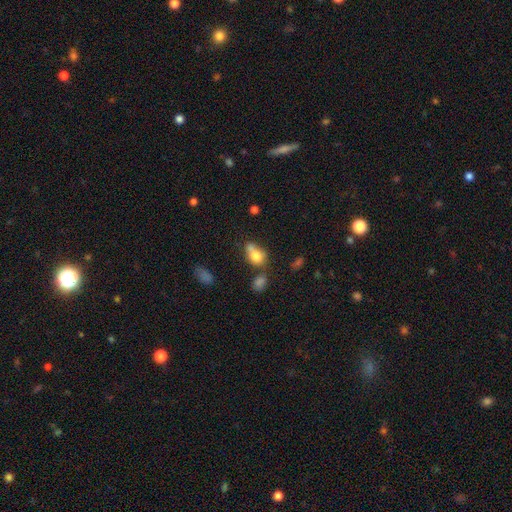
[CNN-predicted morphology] A smooth galaxy with no disk features (74%) that is in between round and cigar-shaped (62%).

Vote fractions:
- Smooth or featured? smooth: 74% / featured or disk: 16% / star or artifact: 10%
- How rounded? in between: 62% / round: 36% / cigar-shaped: 2%
- Merging? merger: 40% / none: 32% / minor disturbance: 19% / major disturbance: 10%